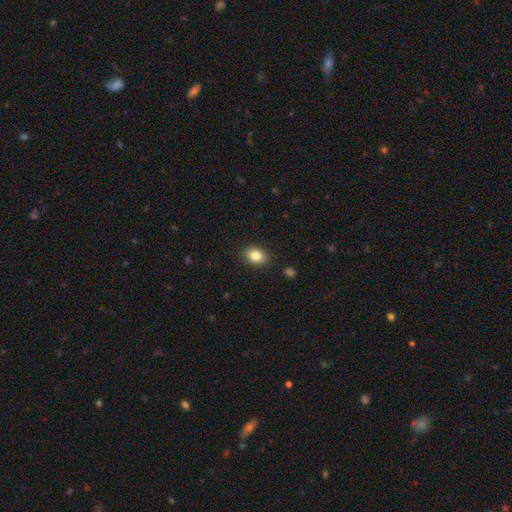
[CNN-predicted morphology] The model was most divided on "how rounded": in between: 67%, round: 32%, cigar-shaped: 1%. More confident: merging — none (89%); smooth or featured — smooth (84%).